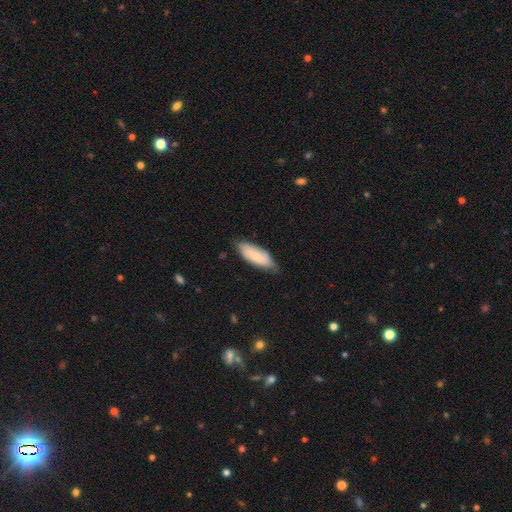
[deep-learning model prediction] smooth-or-featured: smooth: 72% | featured or disk: 22% | star or artifact: 6%
  how-rounded: in between: 72% | cigar-shaped: 26% | round: 2%
  merging: none: 69% | minor disturbance: 25% | major disturbance: 4% | merger: 1%